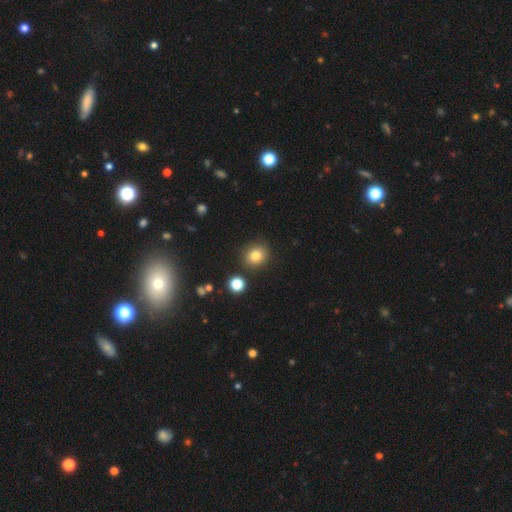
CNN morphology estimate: Smooth or featured? smooth (80%)
How rounded? round (80%)
Merging? none (85%)